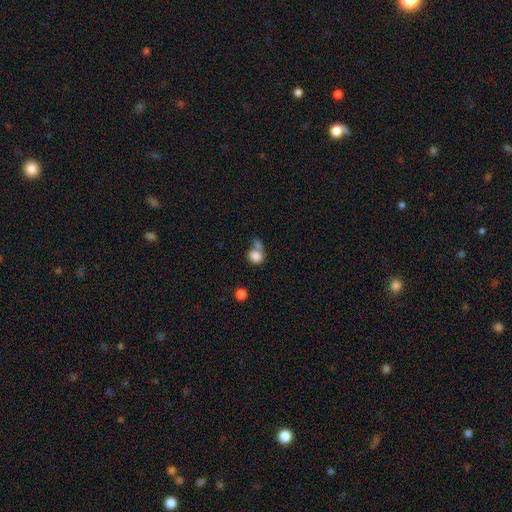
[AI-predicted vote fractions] This is clearly a smooth galaxy (82%). How rounded: likely round (69%). Merging: marginally merger (43%).